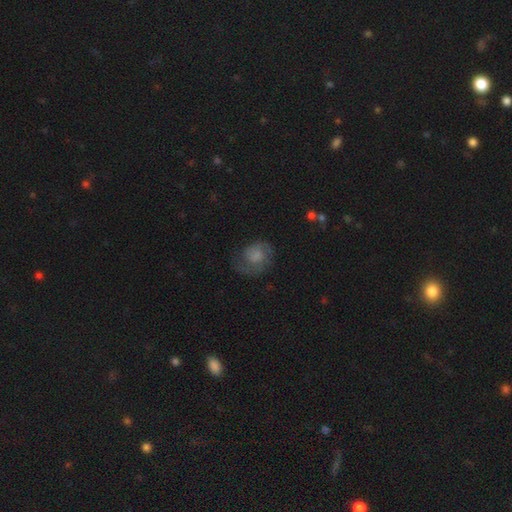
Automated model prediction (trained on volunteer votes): smooth_or_featured: featured or disk (p=0.47) [alt: smooth p=0.43]
merging: none (p=0.52) [alt: minor disturbance p=0.24]